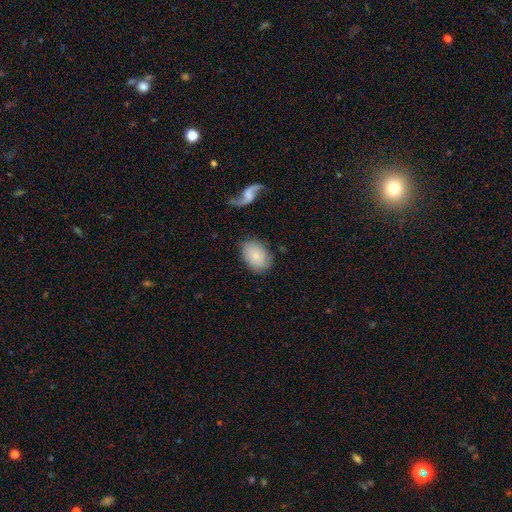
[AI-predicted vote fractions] Smooth or featured?
  - smooth: 71% *
  - featured or disk: 22%
  - star or artifact: 7%
How rounded?
  - in between: 79% *
  - round: 20%
  - cigar-shaped: 1%
Merging?
  - none: 73% *
  - minor disturbance: 18%
  - major disturbance: 6%
  - merger: 3%